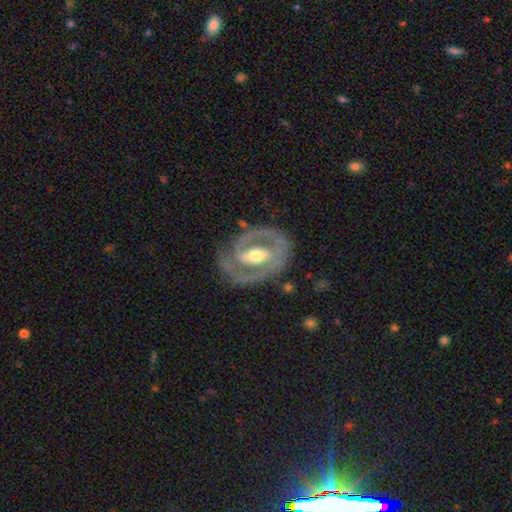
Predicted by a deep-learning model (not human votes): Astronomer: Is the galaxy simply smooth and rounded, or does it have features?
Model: featured or disk — 87%.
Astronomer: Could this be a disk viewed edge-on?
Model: no — 96%.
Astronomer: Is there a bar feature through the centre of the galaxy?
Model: strong — 51% (runner-up: weak, 32%).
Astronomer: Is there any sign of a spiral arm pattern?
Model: yes — 86%.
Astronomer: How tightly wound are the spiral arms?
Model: tight — 52% (runner-up: medium, 39%).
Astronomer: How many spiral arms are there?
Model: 2 — 79%.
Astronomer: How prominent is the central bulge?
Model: moderate — 65%.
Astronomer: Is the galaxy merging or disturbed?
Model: none — 73%.